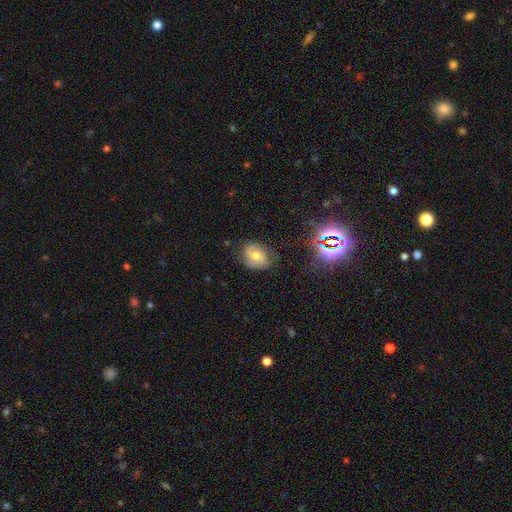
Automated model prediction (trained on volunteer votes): A smooth galaxy with no disk features (50%) that is in between round and cigar-shaped (59%). Merging: none (71%).